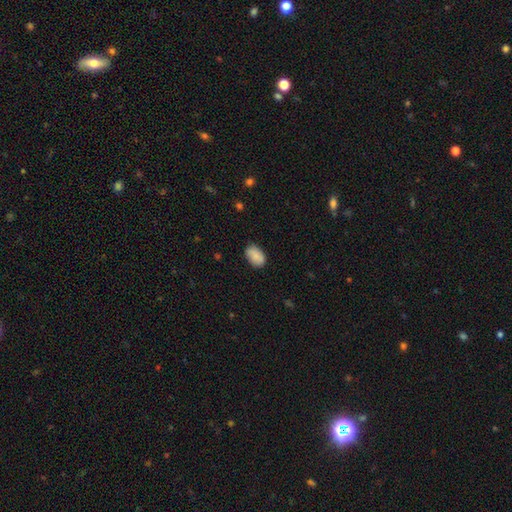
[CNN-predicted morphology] smooth_or_featured: smooth (p=0.87) [alt: star or artifact p=0.07]
how_rounded: in between (p=0.90) [alt: round p=0.09]
merging: none (p=0.80) [alt: minor disturbance p=0.16]